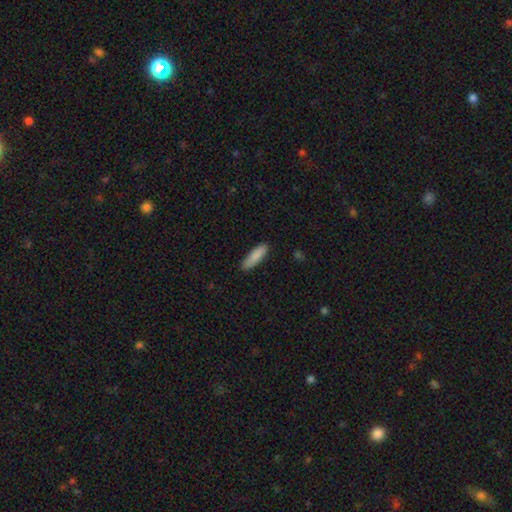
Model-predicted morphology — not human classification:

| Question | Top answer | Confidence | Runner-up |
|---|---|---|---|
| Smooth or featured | smooth | 88% | featured or disk (7%) |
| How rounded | cigar-shaped | 63% | in between (35%) |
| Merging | none | 87% | minor disturbance (10%) |